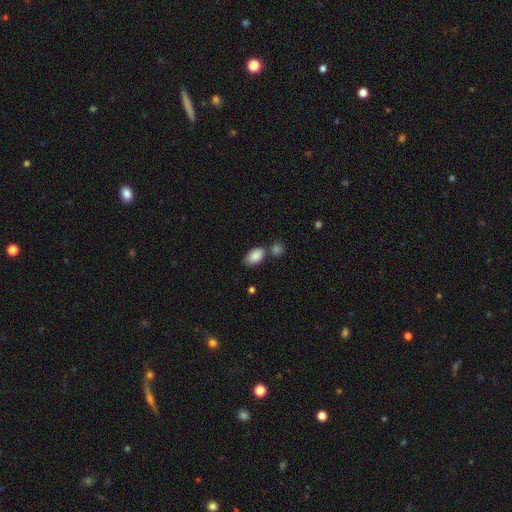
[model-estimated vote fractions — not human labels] This appears to be a smooth galaxy with no disk features (87%) that is in between round and cigar-shaped (92%). Merging: none (57%).